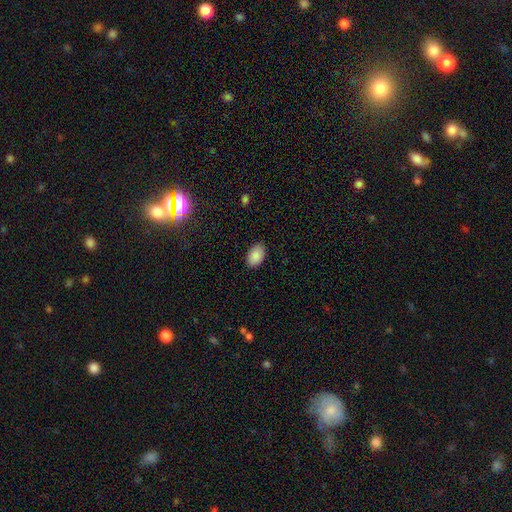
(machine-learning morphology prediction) This appears to be a smooth galaxy with no disk features (89%) that is in between round and cigar-shaped (91%). Merging: none (87%).